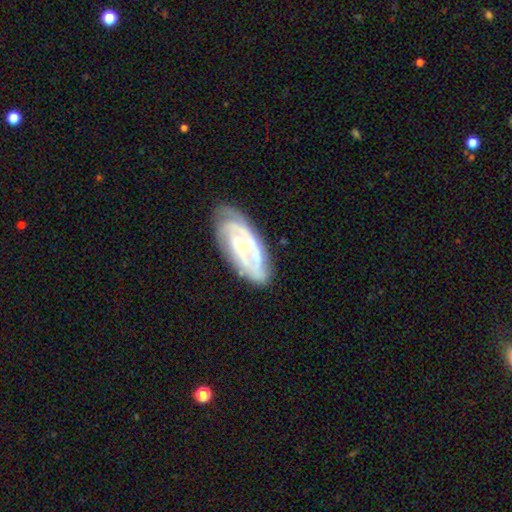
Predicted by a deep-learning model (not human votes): Smooth or featured? Predicted: featured or disk (p=0.78). Edge-on disk? Predicted: no (p=0.93). Bar? Predicted: no (p=0.61). Spiral arms? Predicted: yes (p=0.87). Spiral winding? Predicted: tight (p=0.58). Spiral arm count? Predicted: 2 (p=0.38). Bulge size? Predicted: small (p=0.63). Merging? Predicted: none (p=0.67).